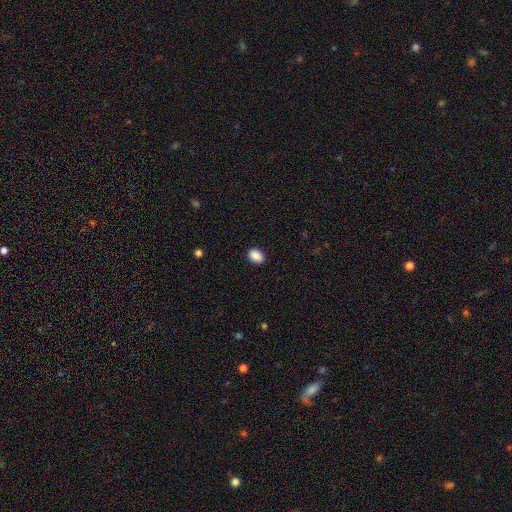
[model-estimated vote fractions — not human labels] Overall: smooth (89%). How rounded: in between (69%; round 30%). Merging: none (90%).